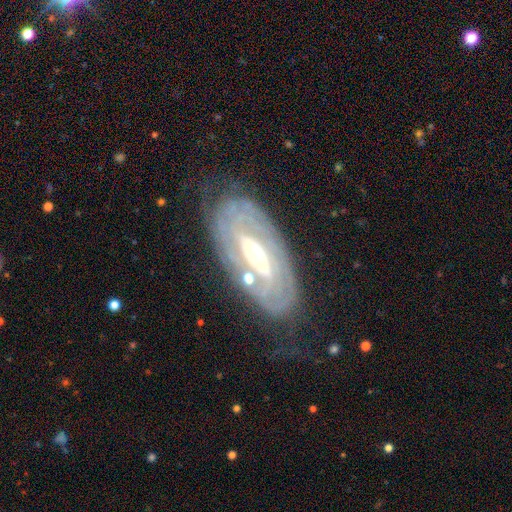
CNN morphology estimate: A featured or disk galaxy (83%) with a weak bar (40%), tight (76%) spiral arms (82%) and a moderate central bulge (55%).

Vote fractions:
- Smooth or featured? featured or disk: 83% / smooth: 11% / star or artifact: 6%
- Edge-on disk? no: 89% / yes: 11%
- Bar? weak: 40% / strong: 35% / no: 26%
- Spiral arms? yes: 82% / no: 18%
- Spiral winding? tight: 76% / medium: 18% / loose: 6%
- Spiral arm count? can't tell: 55% / 2: 22% / 3: 8% / 4: 6% / more than 4: 5% / 1: 4%
- Bulge size? moderate: 55% / small: 38% / large: 5% / none: 1% / dominant: 1%
- Merging? none: 71% / minor disturbance: 19% / major disturbance: 8% / merger: 3%